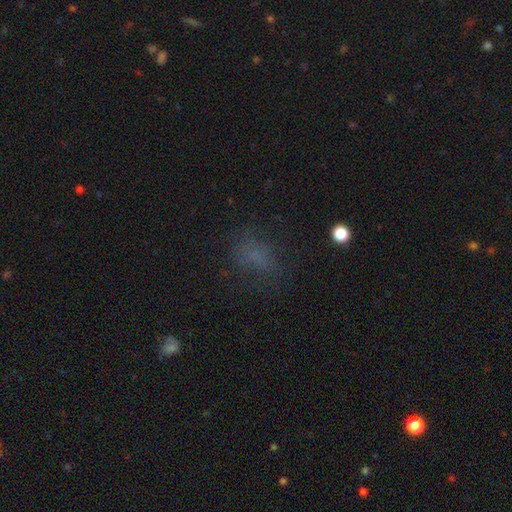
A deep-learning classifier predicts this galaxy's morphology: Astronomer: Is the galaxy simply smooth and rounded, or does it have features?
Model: smooth — 59%.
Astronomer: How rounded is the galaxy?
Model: in between — 64%.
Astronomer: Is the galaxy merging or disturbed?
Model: none — 61%.